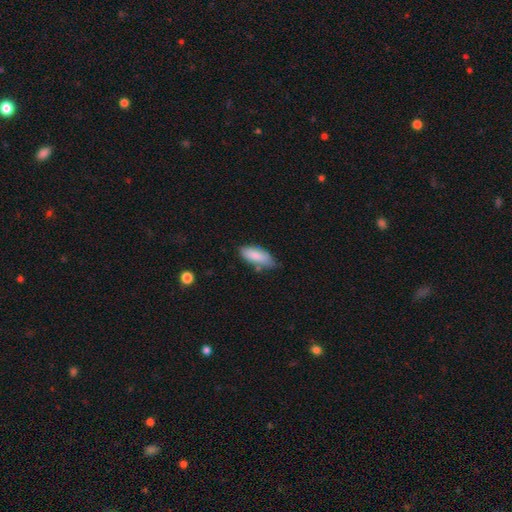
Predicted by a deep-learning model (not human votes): smooth_or_featured: smooth (p=0.86) [alt: featured or disk p=0.08]
how_rounded: in between (p=0.77) [alt: cigar-shaped p=0.21]
merging: none (p=0.63) [alt: minor disturbance p=0.28]